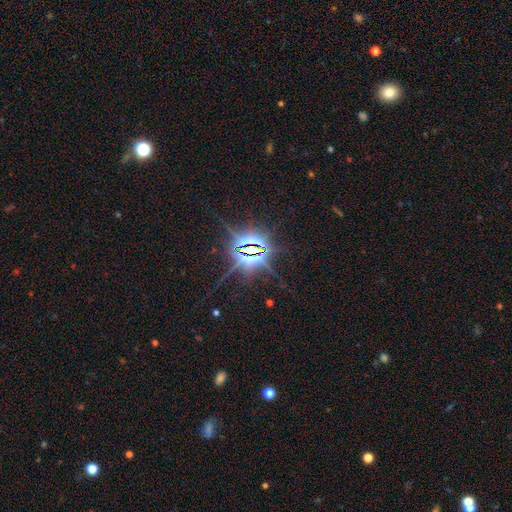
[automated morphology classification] Smooth or featured: star or artifact — 85% (featured or disk — 10%)